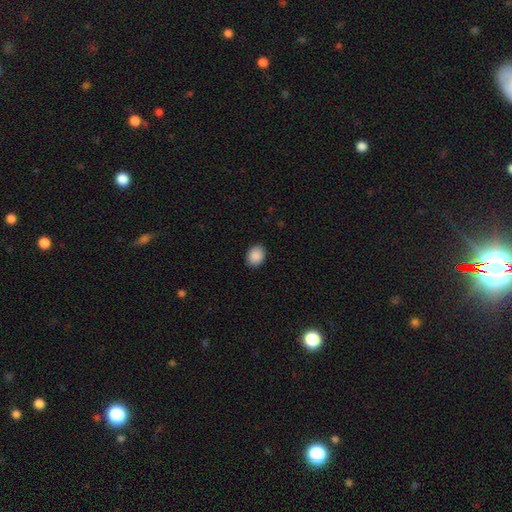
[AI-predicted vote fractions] This is clearly a smooth galaxy (90%). How rounded: likely in between (60%). Merging: clearly none (89%).